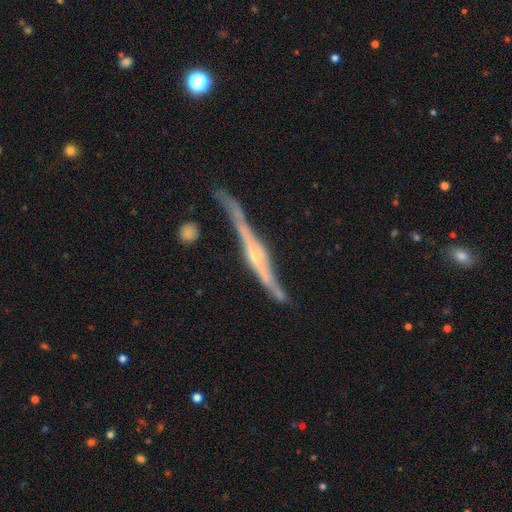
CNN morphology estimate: Overall: featured or disk (84%). Edge-on disk: yes (93%). Edge-on bulge: rounded (67%). Merging: none (65%).